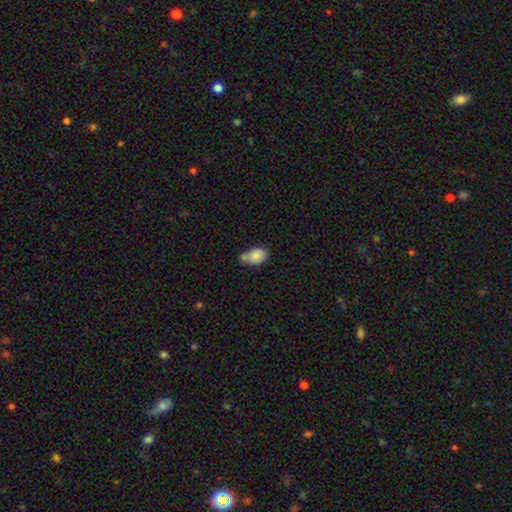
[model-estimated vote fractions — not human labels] Smooth or featured? Predicted: smooth (p=0.82). How rounded? Predicted: in between (p=0.73). Merging? Predicted: none (p=0.38).